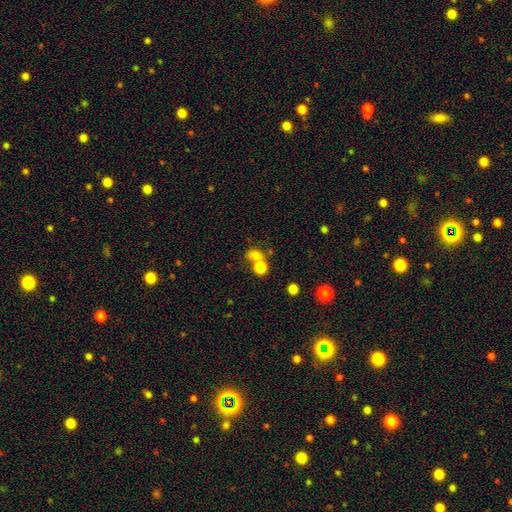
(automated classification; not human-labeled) smooth 76%, star or artifact 15%, featured or disk 9%. Down the decision tree: how rounded — round (63%); merging — merger (44%).